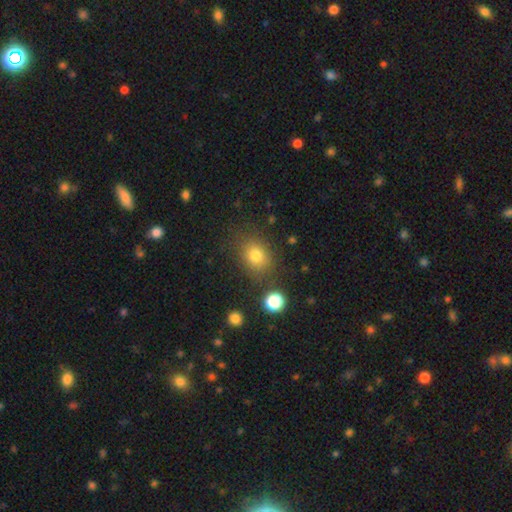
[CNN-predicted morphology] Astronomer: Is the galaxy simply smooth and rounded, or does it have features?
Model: smooth — 78%.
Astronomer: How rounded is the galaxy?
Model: round — 57% (runner-up: in between, 42%).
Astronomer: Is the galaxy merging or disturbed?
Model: none — 79%.